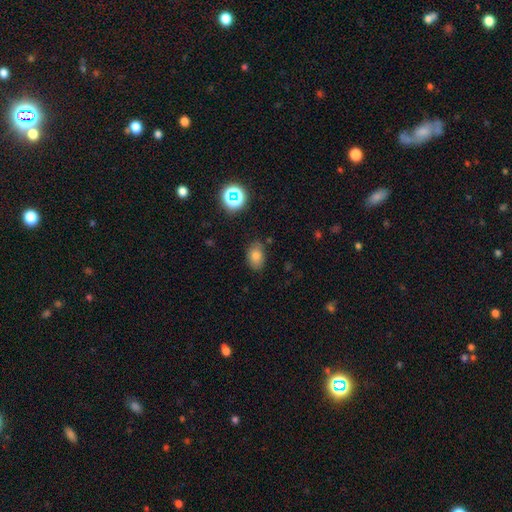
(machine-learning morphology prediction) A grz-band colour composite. It shows a smooth galaxy with no disk features (77%) that is in between round and cigar-shaped (83%). Merging: none (79%).